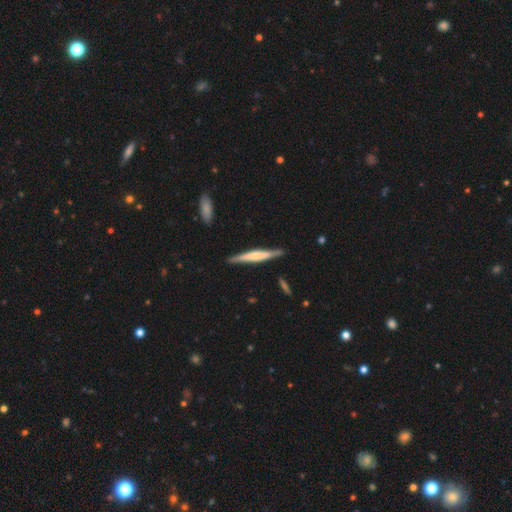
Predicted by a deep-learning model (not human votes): Smooth or featured: featured or disk — 59% (smooth — 36%)
Edge-on disk: yes — 97% (no — 3%)
Edge-on bulge: rounded — 43% (boxy — 34%)
Merging: none — 87% (minor disturbance — 10%)